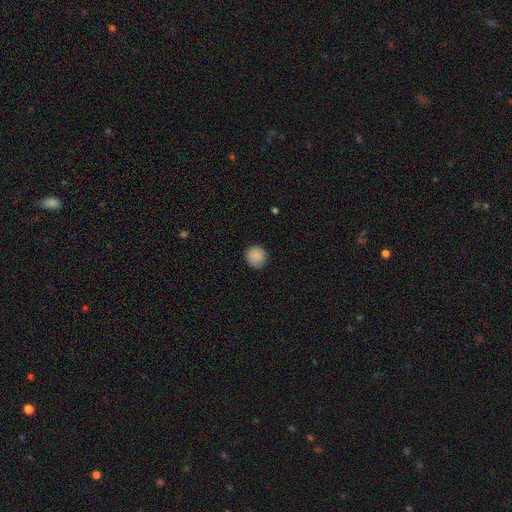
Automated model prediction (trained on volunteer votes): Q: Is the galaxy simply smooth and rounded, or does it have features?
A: smooth — 88%.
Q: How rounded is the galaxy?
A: round — 94%.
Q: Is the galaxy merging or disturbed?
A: none — 86%.